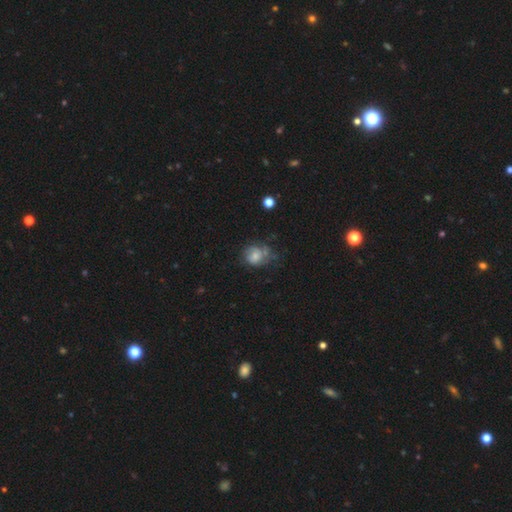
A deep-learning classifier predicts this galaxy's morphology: This is possibly a smooth galaxy (50%). How rounded: possibly round (60%). Merging: marginally none (40%).